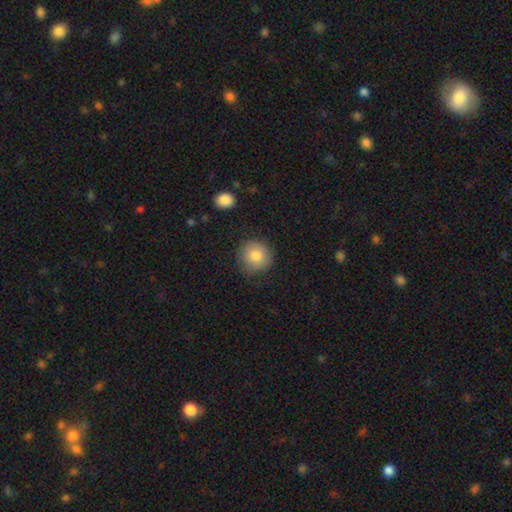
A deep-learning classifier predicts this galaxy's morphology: Smooth or featured?
  - smooth: 83% *
  - featured or disk: 9%
  - star or artifact: 8%
How rounded?
  - round: 91% *
  - in between: 8%
  - cigar-shaped: 1%
Merging?
  - none: 78% *
  - minor disturbance: 16%
  - major disturbance: 4%
  - merger: 2%